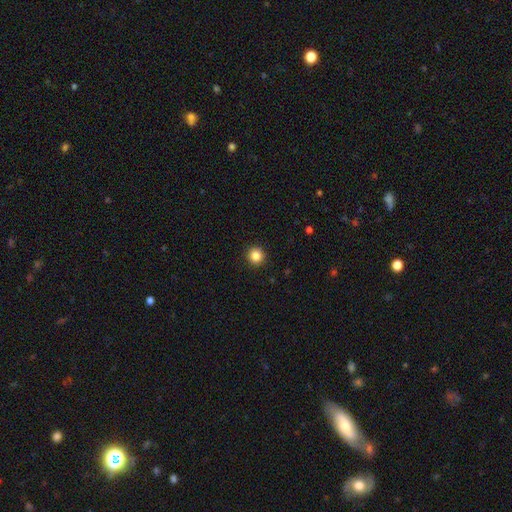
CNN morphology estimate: smooth 85%, star or artifact 11%, featured or disk 4%. Down the decision tree: how rounded — round (95%); merging — none (93%).